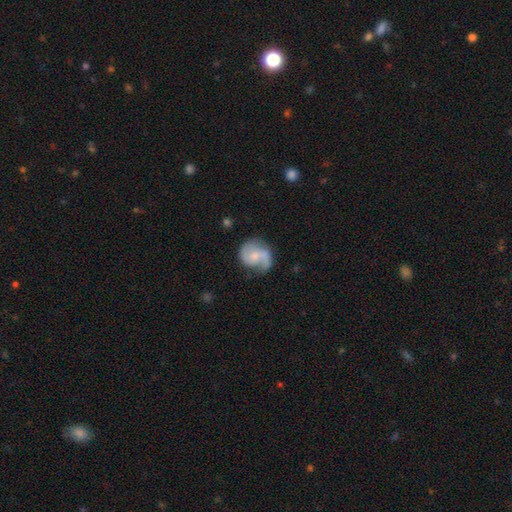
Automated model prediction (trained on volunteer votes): This is likely a featured or disk galaxy (73%). It is clearly not viewed edge-on (98%). Bar: possibly no (54%). Spiral arm pattern: clearly yes (93%). Spiral arm count: likely 2 (73%). Spiral winding: marginally medium (45%). Central bulge: possibly small (46%). Merging: likely none (60%).